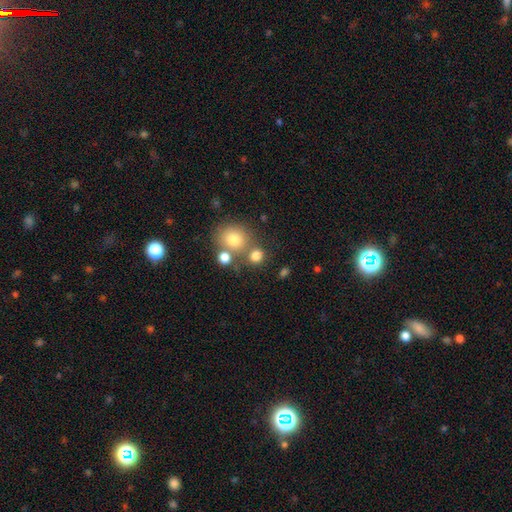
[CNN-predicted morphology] This appears to be a smooth galaxy with no disk features (77%) that is round (80%). Merging: none (60%).